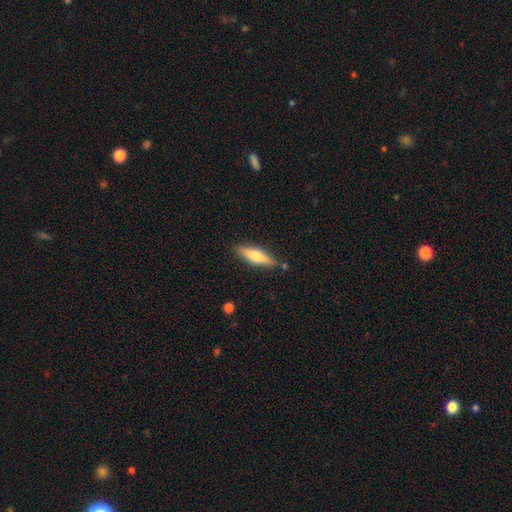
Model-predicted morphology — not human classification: Overall: smooth (59%; featured or disk 35%). How rounded: cigar-shaped (63%; in between 35%). Merging: none (83%).